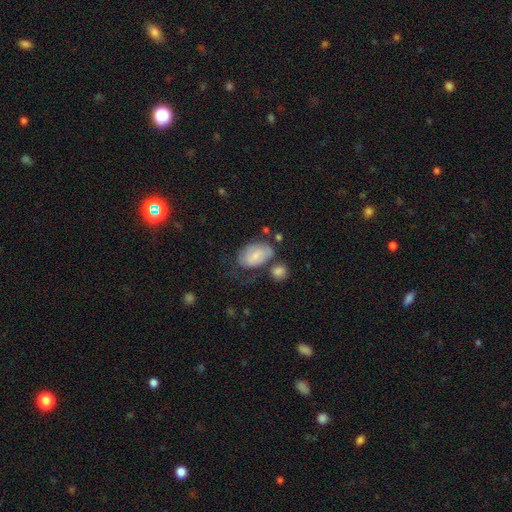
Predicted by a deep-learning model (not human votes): Overall: smooth (61%; featured or disk 32%). How rounded: in between (88%). Merging: none (41%; minor disturbance 25%).